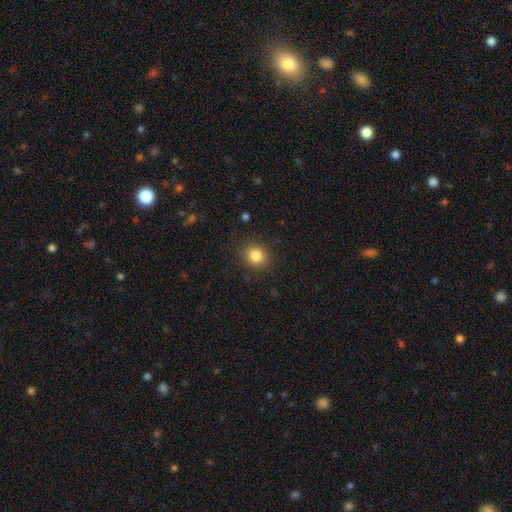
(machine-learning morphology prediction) Smooth or featured: smooth — 84% (star or artifact — 11%)
How rounded: round — 79% (in between — 20%)
Merging: none — 88% (minor disturbance — 8%)